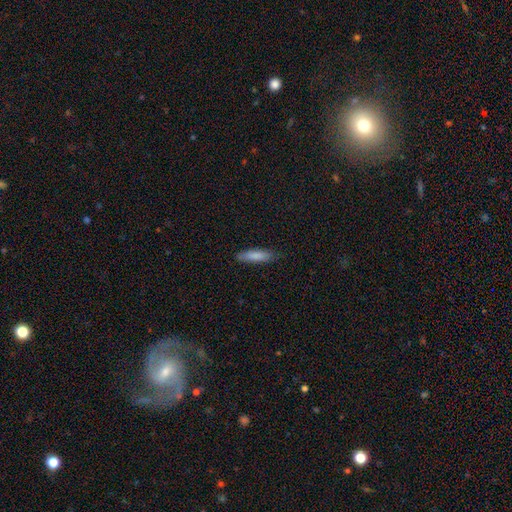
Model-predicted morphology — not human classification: Q: Smooth or featured?
A: smooth (82%); runner-up: featured or disk (12%)
Q: How rounded?
A: cigar-shaped (71%); runner-up: in between (27%)
Q: Merging?
A: none (83%); runner-up: minor disturbance (13%)